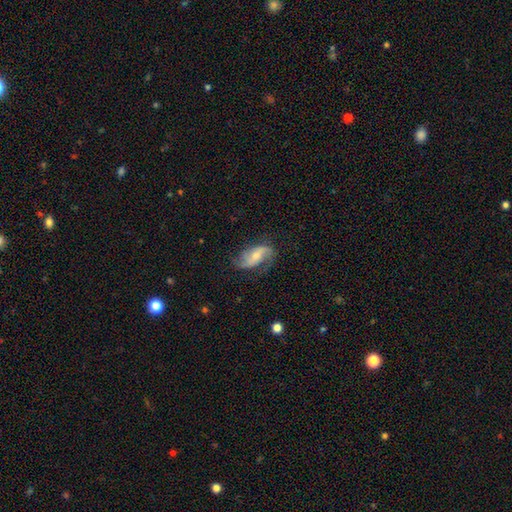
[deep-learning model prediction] smooth_or_featured: featured or disk (p=0.73) [alt: smooth p=0.20]
disk_edge_on: no (p=0.95) [alt: yes p=0.05]
bar: no (p=0.42) [alt: weak p=0.41]
has_spiral_arms: yes (p=0.93) [alt: no p=0.07]
spiral_winding: loose (p=0.56) [alt: medium p=0.33]
spiral_arm_count: 2 (p=0.78) [alt: can't tell p=0.08]
bulge_size: small (p=0.48) [alt: moderate p=0.40]
merging: none (p=0.61) [alt: minor disturbance p=0.23]